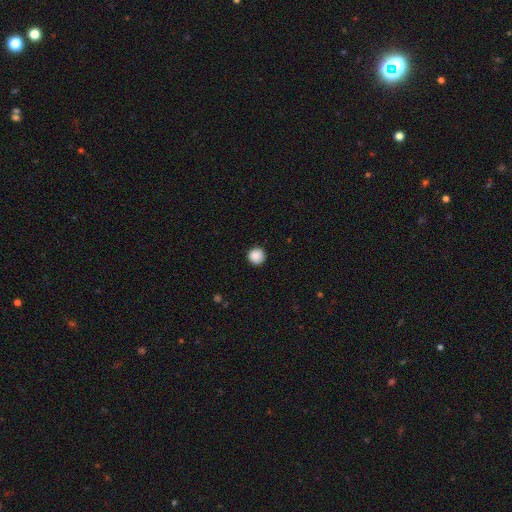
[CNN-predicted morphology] smooth-or-featured: smooth: 89% | star or artifact: 9% | featured or disk: 3%
  how-rounded: round: 95% | in between: 4% | cigar-shaped: 1%
  merging: none: 91% | minor disturbance: 6% | major disturbance: 2% | merger: 1%